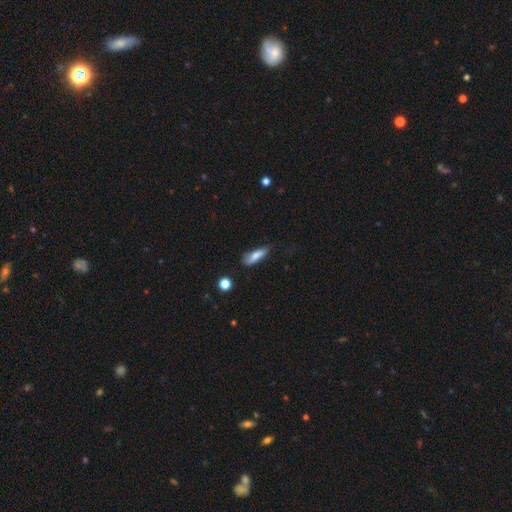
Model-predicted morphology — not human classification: Smooth or featured: smooth — 73% (featured or disk — 19%)
How rounded: cigar-shaped — 51% (in between — 46%)
Merging: none — 56% (minor disturbance — 31%)